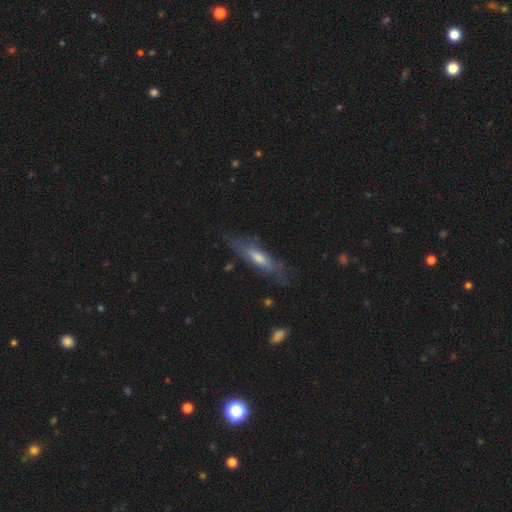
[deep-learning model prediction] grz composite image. It shows a featured or disk galaxy (52%) viewed edge-on (61%). Merging: none (73%).